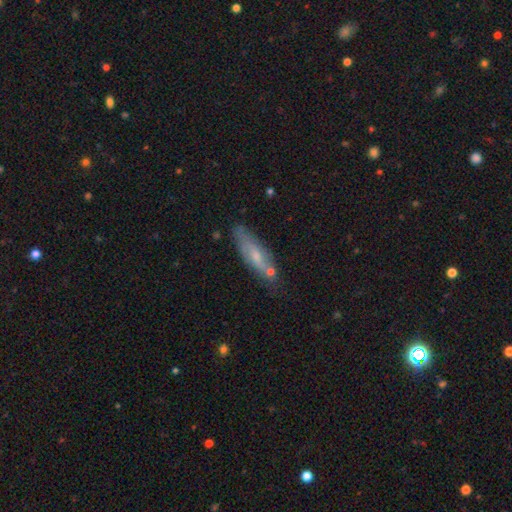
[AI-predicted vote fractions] This is possibly a smooth galaxy (52%). How rounded: likely cigar-shaped (62%). Merging: likely none (67%).